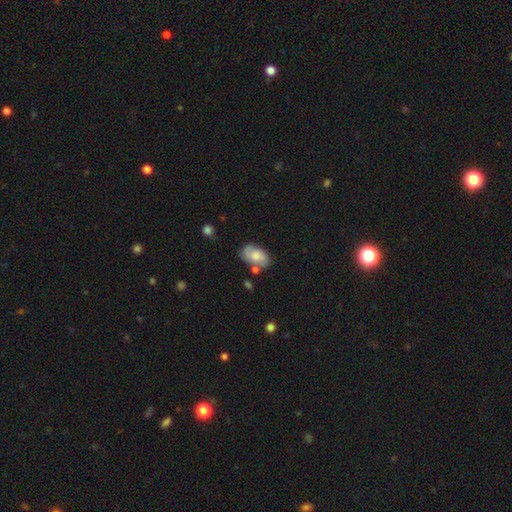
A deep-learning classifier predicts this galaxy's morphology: A smooth galaxy with no disk features (60%) that is in between round and cigar-shaped (89%).

Vote fractions:
- Smooth or featured? smooth: 60% / featured or disk: 32% / star or artifact: 8%
- How rounded? in between: 89% / round: 10% / cigar-shaped: 1%
- Merging? none: 58% / minor disturbance: 24% / merger: 10% / major disturbance: 7%